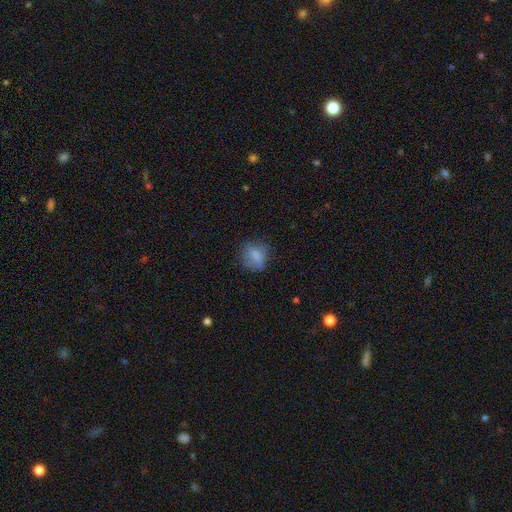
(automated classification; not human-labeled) A smooth galaxy with no disk features (76%) that is round (71%).

Vote fractions:
- Smooth or featured? smooth: 76% / featured or disk: 14% / star or artifact: 10%
- How rounded? round: 71% / in between: 28% / cigar-shaped: 1%
- Merging? none: 68% / minor disturbance: 21% / major disturbance: 9% / merger: 1%